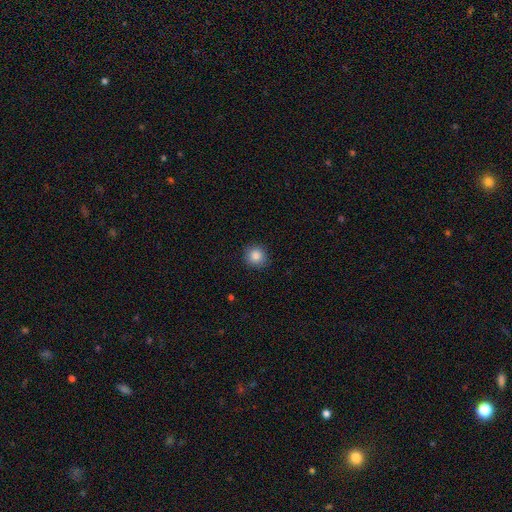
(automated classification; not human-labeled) This is clearly a smooth galaxy (86%). How rounded: clearly round (90%). Merging: clearly none (89%).